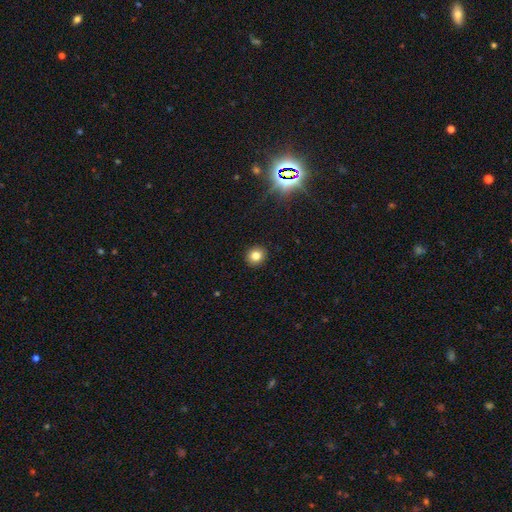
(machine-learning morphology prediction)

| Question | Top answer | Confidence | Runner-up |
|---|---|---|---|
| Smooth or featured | smooth | 80% | star or artifact (13%) |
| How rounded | round | 85% | in between (14%) |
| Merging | none | 92% | minor disturbance (5%) |